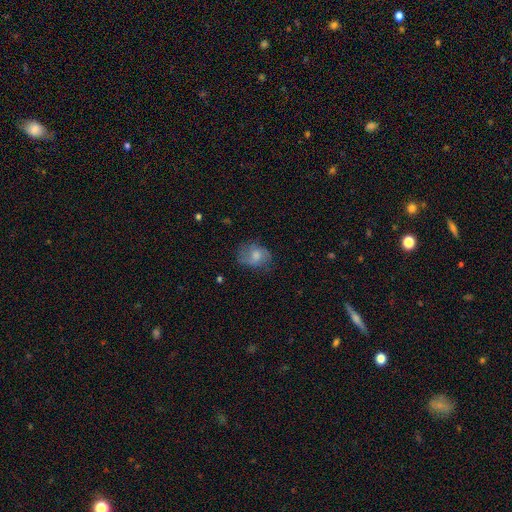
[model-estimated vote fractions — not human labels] Smooth or featured: smooth — 55% (featured or disk — 37%)
How rounded: in between — 63% (round — 36%)
Merging: none — 59% (minor disturbance — 26%)